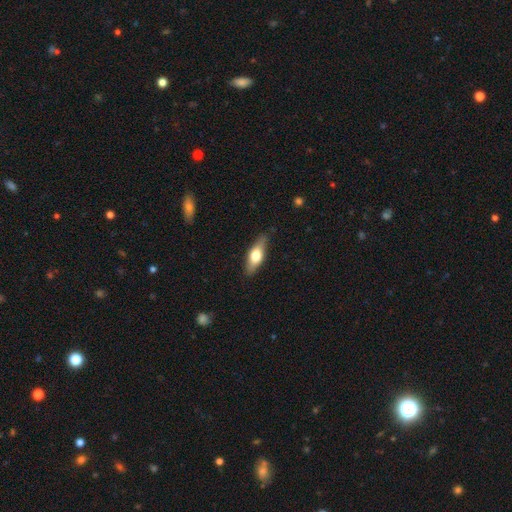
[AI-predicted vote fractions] Smooth or featured: smooth — 55% (featured or disk — 39%)
How rounded: in between — 63% (cigar-shaped — 34%)
Merging: none — 82% (minor disturbance — 14%)